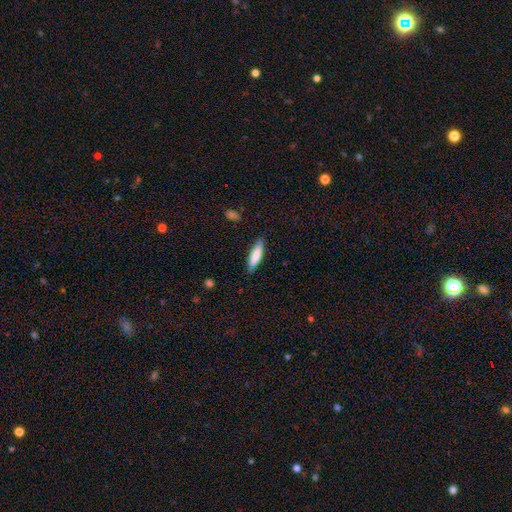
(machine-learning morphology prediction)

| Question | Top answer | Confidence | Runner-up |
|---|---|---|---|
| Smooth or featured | smooth | 80% | featured or disk (14%) |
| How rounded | cigar-shaped | 65% | in between (34%) |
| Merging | none | 81% | minor disturbance (15%) |